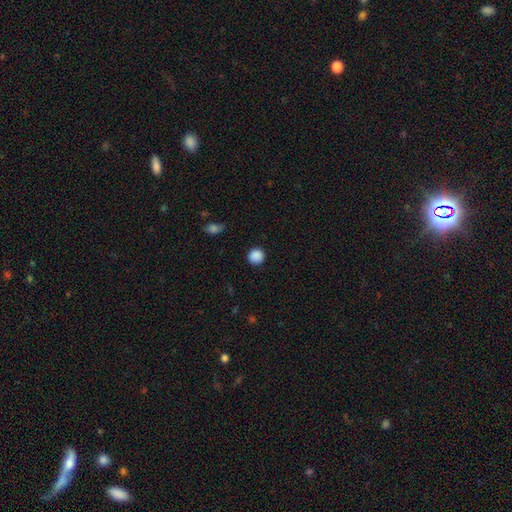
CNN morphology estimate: smooth 89%, star or artifact 9%, featured or disk 3%. Down the decision tree: how rounded — round (92%); merging — none (89%).